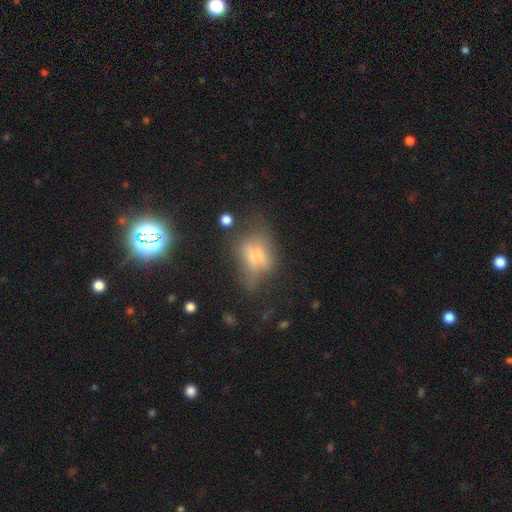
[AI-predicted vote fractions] smooth_or_featured: smooth (p=0.47) [alt: featured or disk p=0.39]
merging: none (p=0.37) [alt: major disturbance p=0.29]